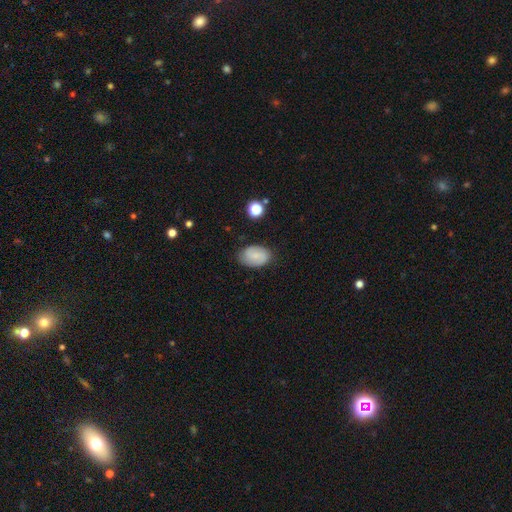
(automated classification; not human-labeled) This is likely a smooth galaxy (67%). How rounded: clearly in between (86%). Merging: likely none (79%).